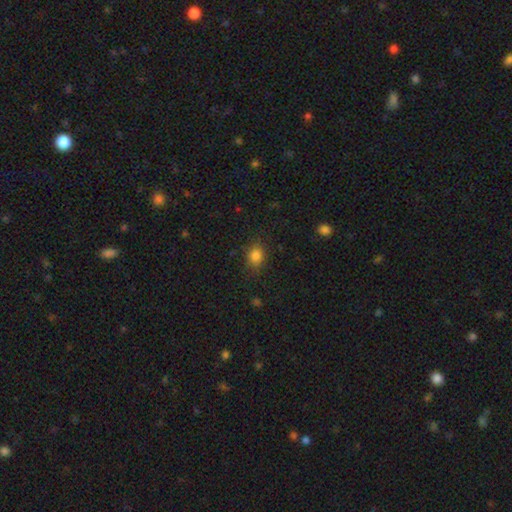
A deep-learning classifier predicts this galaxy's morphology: type=smooth (83%); roundness=round (56%); merging=none (80%).